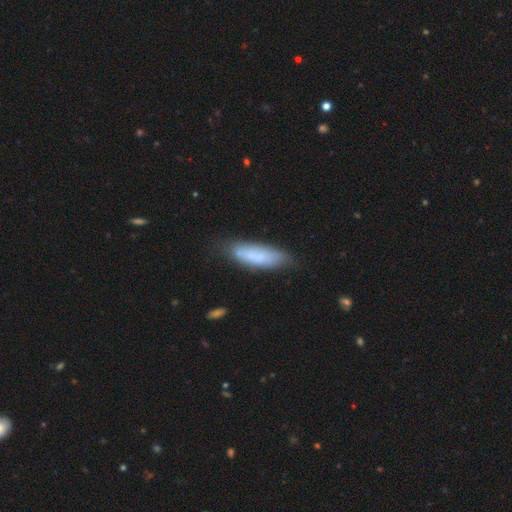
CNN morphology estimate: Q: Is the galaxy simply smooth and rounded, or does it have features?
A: smooth — 74%.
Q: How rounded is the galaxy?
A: cigar-shaped — 52%.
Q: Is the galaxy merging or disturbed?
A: none — 70%.